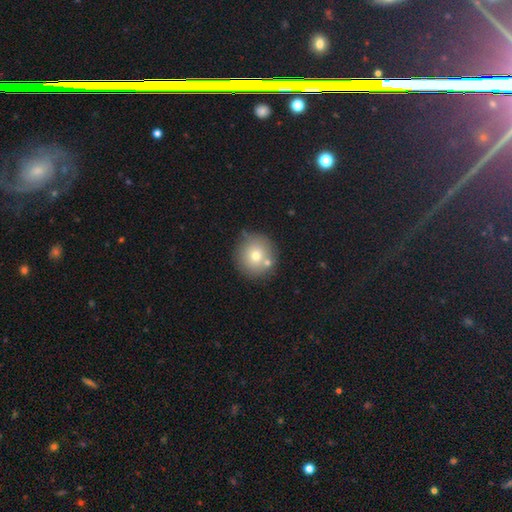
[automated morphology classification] A smooth galaxy with no disk features (72%) that is round (94%).

Vote fractions:
- Smooth or featured? smooth: 72% / featured or disk: 17% / star or artifact: 11%
- How rounded? round: 94% / in between: 5% / cigar-shaped: 1%
- Merging? none: 73% / merger: 13% / minor disturbance: 11% / major disturbance: 3%